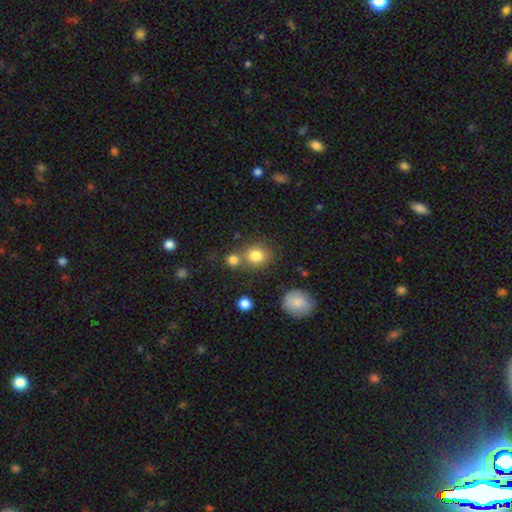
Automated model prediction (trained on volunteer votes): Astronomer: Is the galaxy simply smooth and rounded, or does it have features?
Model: smooth — 81%.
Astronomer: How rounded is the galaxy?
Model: round — 73%.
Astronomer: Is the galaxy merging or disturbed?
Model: none — 61%.